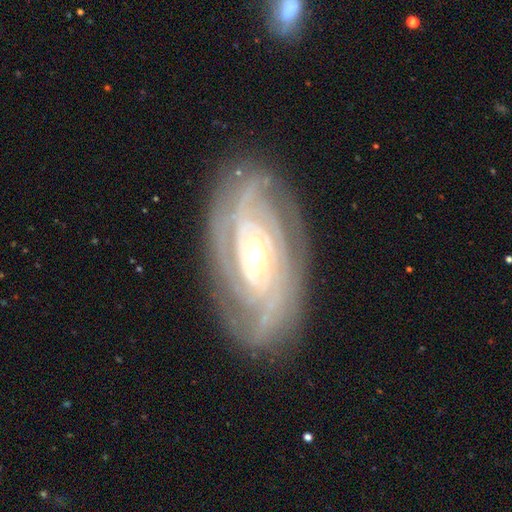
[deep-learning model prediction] The model was most divided on "spiral arm count": can't tell: 25%, 3: 23%, 2: 22%, 4: 16%, more than 4: 8%, 1: 6%. More confident: spiral arms — yes (97%); edge-on disk — no (94%); smooth or featured — featured or disk (89%); merging — none (82%); spiral winding — tight (75%); bar — no (58%); bulge size — small (50%).